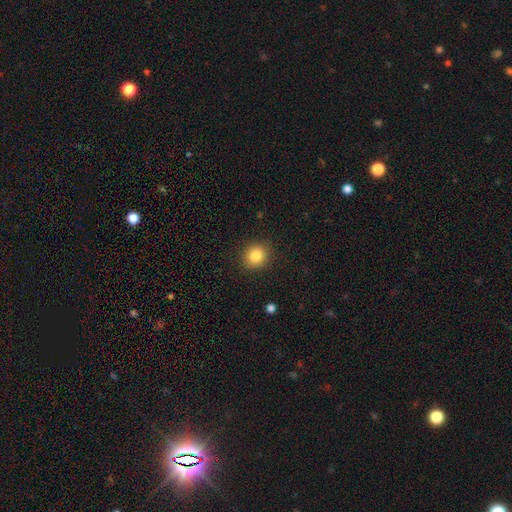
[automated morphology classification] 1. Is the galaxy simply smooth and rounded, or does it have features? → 84% smooth, 10% star or artifact, 6% featured or disk.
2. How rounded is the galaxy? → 84% round, 15% in between, 1% cigar-shaped.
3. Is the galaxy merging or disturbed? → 90% none, 7% minor disturbance, 2% major disturbance, 1% merger.